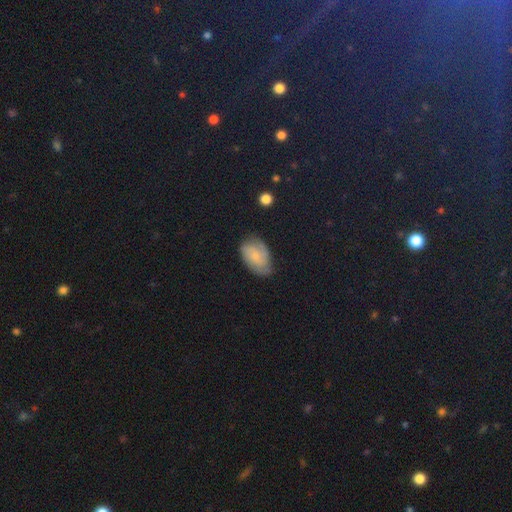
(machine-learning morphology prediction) A featured or disk galaxy (51%). Merging: none (64%).